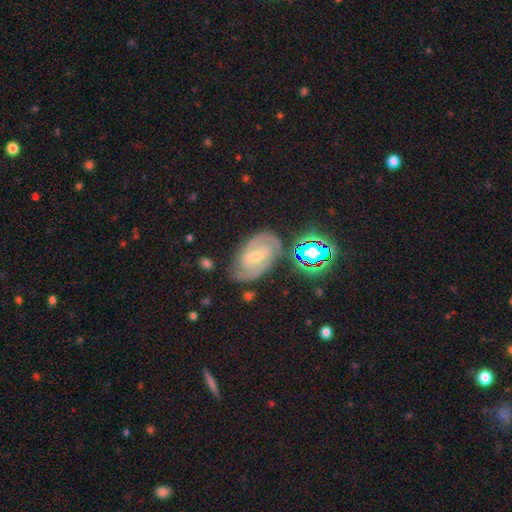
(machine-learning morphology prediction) type=featured or disk (83%); edge-on=no (97%); bar=weak (49%); spiral arms=yes (97%); winding=tight (53%); arm count=2 (80%); bulge=small (57%); merging=none (76%).